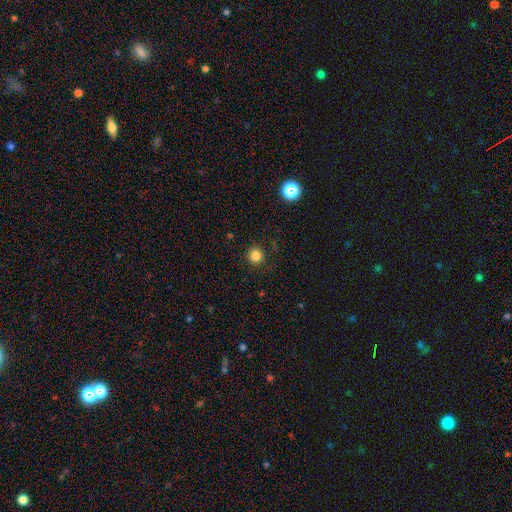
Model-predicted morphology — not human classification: The model was most divided on "smooth or featured": smooth: 83%, star or artifact: 13%, featured or disk: 4%. More confident: how rounded — round (94%); merging — none (91%).